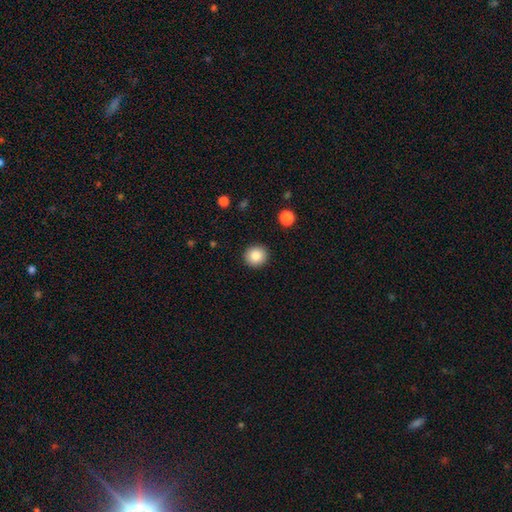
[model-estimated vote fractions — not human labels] Smooth or featured? Predicted: smooth (p=0.85). How rounded? Predicted: round (p=0.90). Merging? Predicted: none (p=0.92).